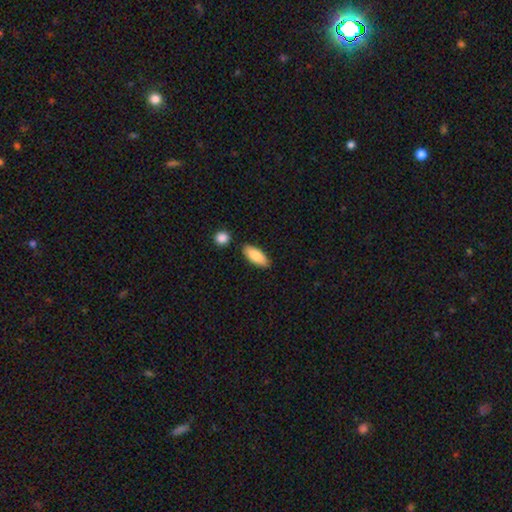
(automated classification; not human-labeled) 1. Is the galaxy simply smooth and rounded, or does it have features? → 83% smooth, 11% featured or disk, 6% star or artifact.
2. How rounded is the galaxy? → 82% in between, 16% cigar-shaped, 2% round.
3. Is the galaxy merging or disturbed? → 83% none, 10% minor disturbance, 5% merger, 2% major disturbance.